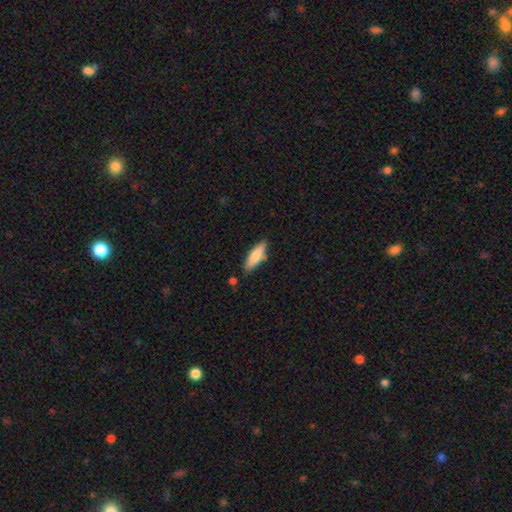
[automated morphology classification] The model was most divided on "how rounded": cigar-shaped: 57%, in between: 41%, round: 2%. More confident: merging — none (79%); smooth or featured — smooth (70%).